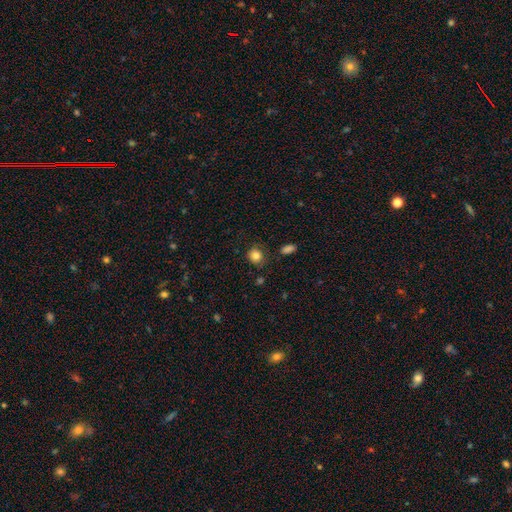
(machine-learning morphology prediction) This is clearly a smooth galaxy (84%). How rounded: likely round (79%). Merging: clearly none (81%).